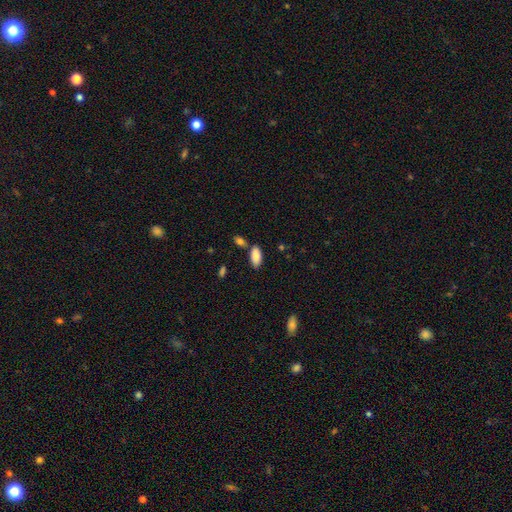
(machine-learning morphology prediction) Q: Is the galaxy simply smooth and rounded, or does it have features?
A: smooth — 88%.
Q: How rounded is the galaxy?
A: in between — 90%.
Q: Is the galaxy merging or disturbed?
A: none — 71%.